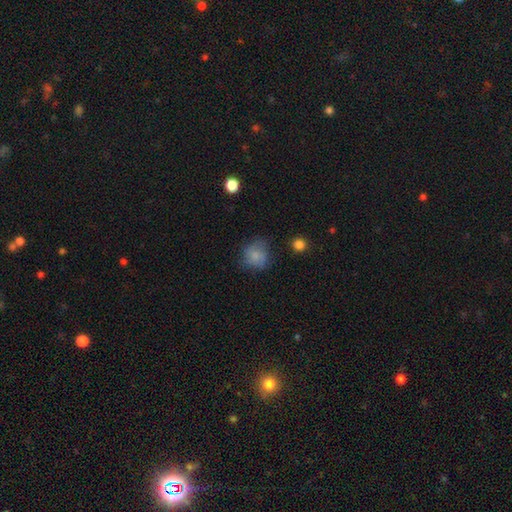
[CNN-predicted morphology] Q: Smooth or featured?
A: smooth (76%); runner-up: featured or disk (14%)
Q: How rounded?
A: round (77%); runner-up: in between (22%)
Q: Merging?
A: none (62%); runner-up: minor disturbance (25%)